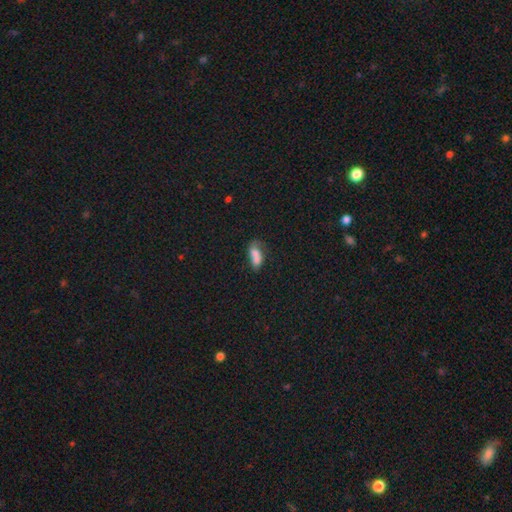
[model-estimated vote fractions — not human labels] Smooth or featured? Predicted: smooth (p=0.64). How rounded? Predicted: in between (p=0.79). Merging? Predicted: merger (p=0.54).